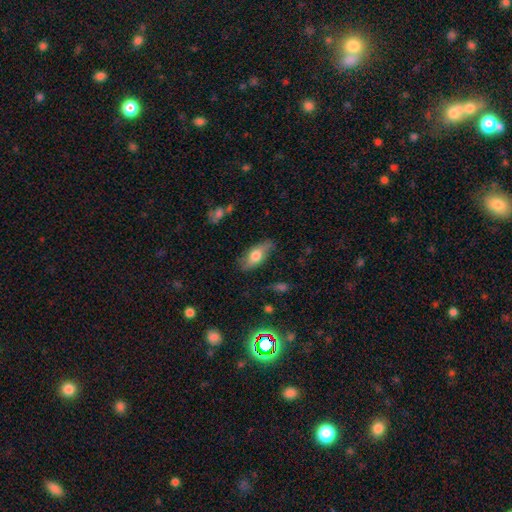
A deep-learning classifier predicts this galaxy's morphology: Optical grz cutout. It shows a smooth galaxy with no disk features (65%) that is in between round and cigar-shaped (81%). Merging: none (76%).